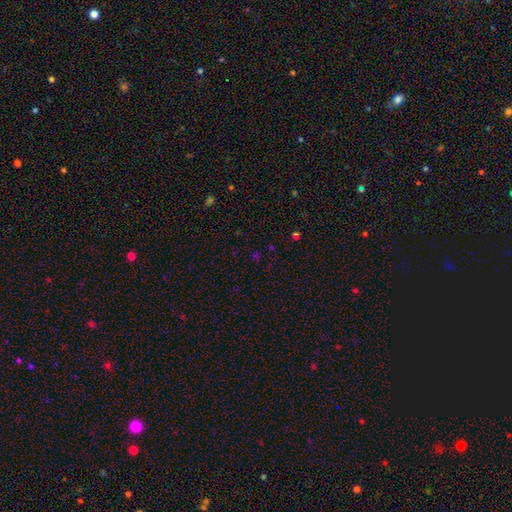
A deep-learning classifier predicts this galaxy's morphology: smooth_or_featured: star or artifact (p=0.58) [alt: smooth p=0.34]